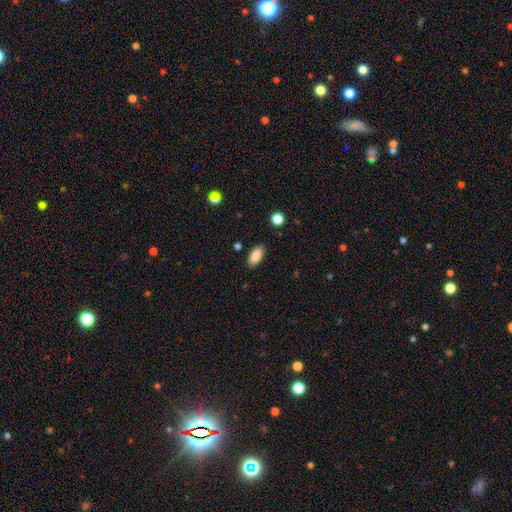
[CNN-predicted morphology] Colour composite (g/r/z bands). It shows a smooth galaxy with no disk features (88%) that is in between round and cigar-shaped (88%). Merging: none (87%).